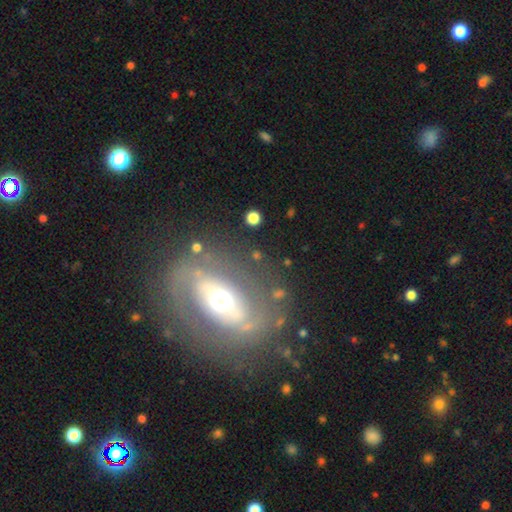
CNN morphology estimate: Smooth or featured: featured or disk — 66% (smooth — 24%)
Edge-on disk: no — 91% (yes — 9%)
Bar: no — 51% (strong — 26%)
Spiral arms: yes — 50% (tied with no — 50%)
Bulge size: moderate — 57% (large — 29%)
Merging: none — 76% (minor disturbance — 13%)